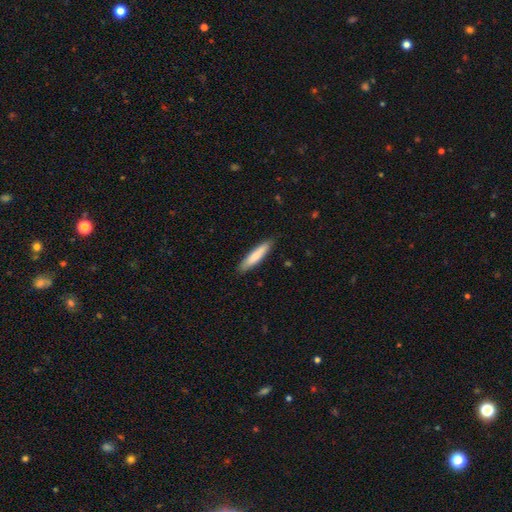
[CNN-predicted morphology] smooth_or_featured: smooth (p=0.78) [alt: featured or disk p=0.17]
how_rounded: cigar-shaped (p=0.84) [alt: in between p=0.14]
merging: none (p=0.88) [alt: minor disturbance p=0.09]